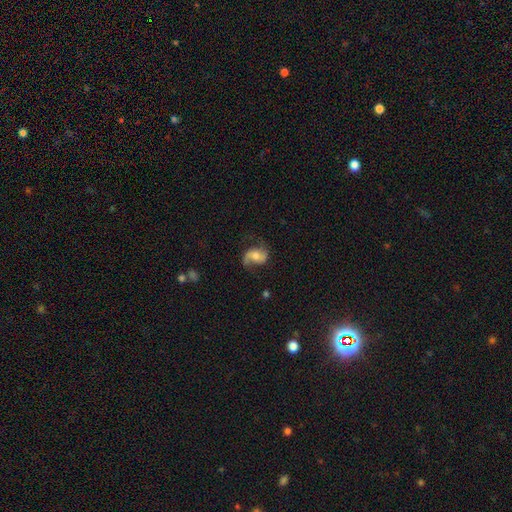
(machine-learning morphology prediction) smooth-or-featured: featured or disk: 75% | smooth: 17% | star or artifact: 8%
  disk-edge-on: no: 97% | yes: 3%
    bar: no: 55% | weak: 34% | strong: 11%
    has-spiral-arms: yes: 94% | no: 6%
      spiral-winding: loose: 54% | medium: 36% | tight: 10%
      spiral-arm-count: 2: 84% | 1: 10% | can't tell: 3% | 3: 1% | 4: 1% | more than 4: 1%
    bulge-size: moderate: 56% | small: 28% | large: 9% | none: 5% | dominant: 2%
  merging: none: 65% | minor disturbance: 20% | major disturbance: 13% | merger: 2%